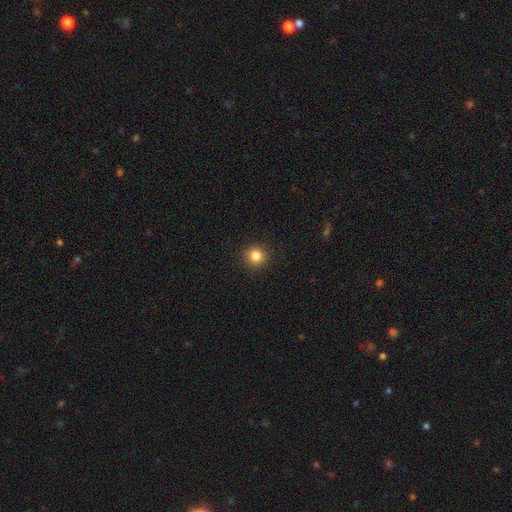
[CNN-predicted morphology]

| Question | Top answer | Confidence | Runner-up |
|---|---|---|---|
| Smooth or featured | smooth | 84% | star or artifact (12%) |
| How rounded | round | 93% | in between (6%) |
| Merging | none | 92% | minor disturbance (5%) |